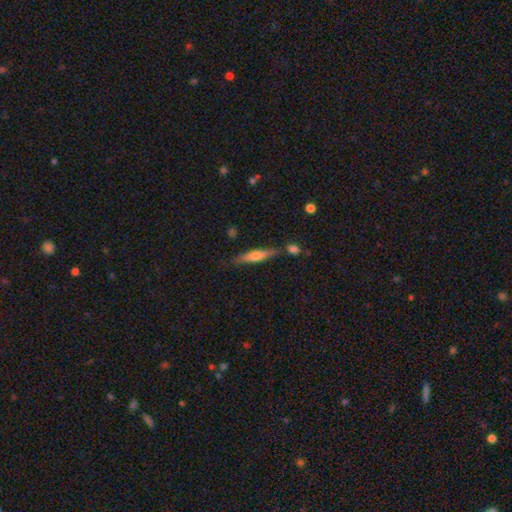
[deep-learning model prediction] A smooth galaxy with no disk features (48%).

Vote fractions:
- Smooth or featured? smooth: 48% / featured or disk: 45% / star or artifact: 7%
- Merging? none: 76% / minor disturbance: 14% / merger: 7% / major disturbance: 3%